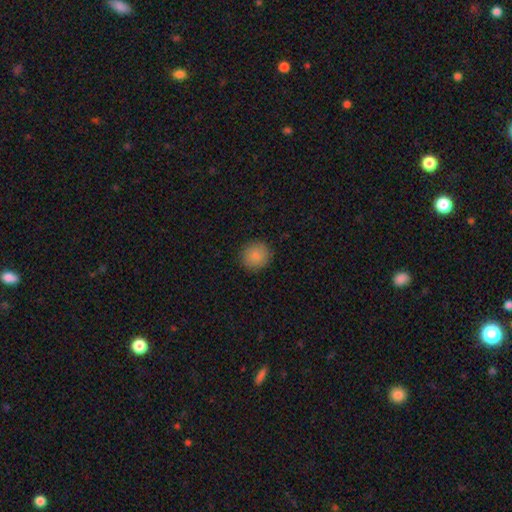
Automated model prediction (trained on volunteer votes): This is clearly a smooth galaxy (86%). How rounded: clearly round (91%). Merging: clearly none (90%).